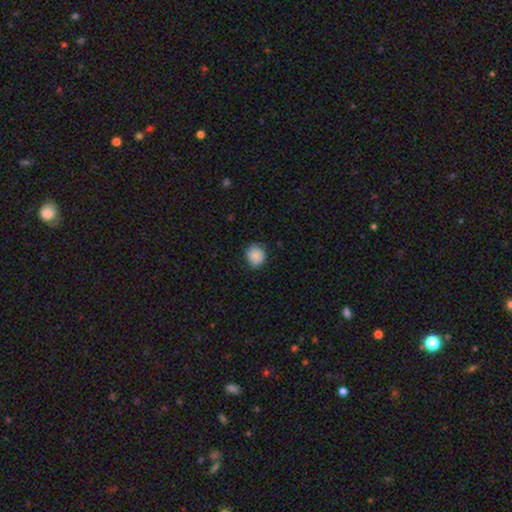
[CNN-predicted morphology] smooth-or-featured: smooth: 86% | star or artifact: 8% | featured or disk: 6%
  how-rounded: round: 77% | in between: 22% | cigar-shaped: 1%
  merging: none: 75% | minor disturbance: 21% | major disturbance: 3% | merger: 1%